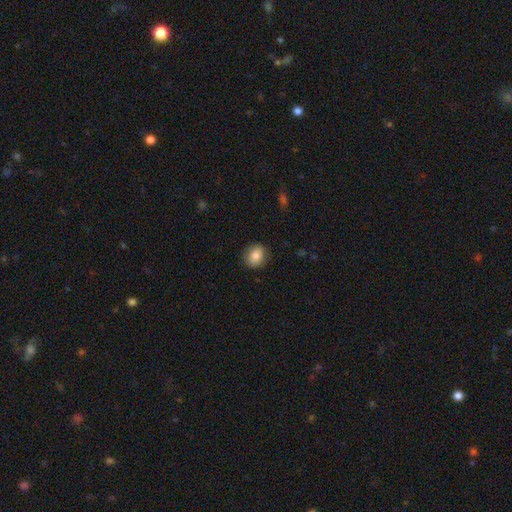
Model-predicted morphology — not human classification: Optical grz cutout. It shows a smooth galaxy with no disk features (84%) that is round (62%). Merging: none (88%).